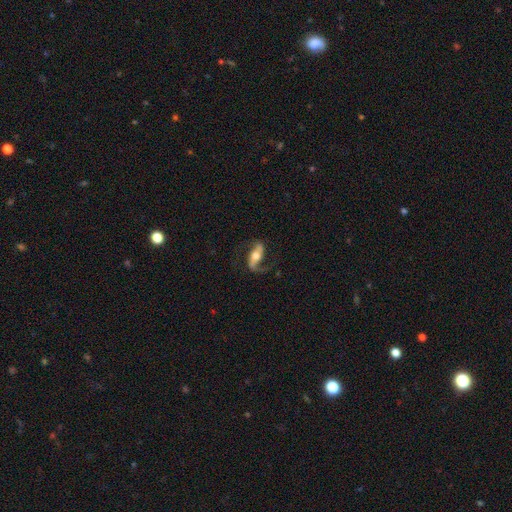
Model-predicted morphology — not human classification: A featured or disk galaxy (81%) with a strong bar (44%), 2 (85%) loose (59%) spiral arms (94%) and a moderate central bulge (63%). Merging: none (69%).